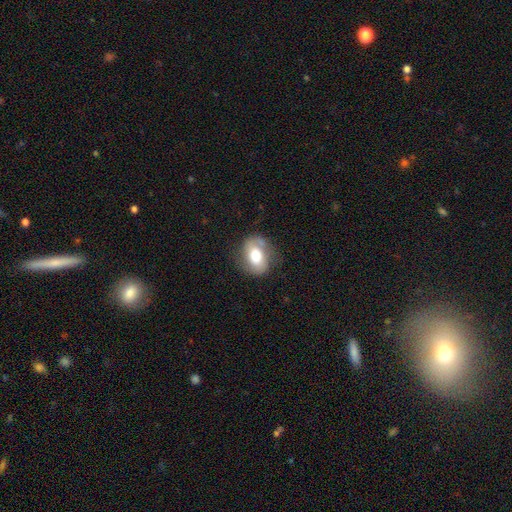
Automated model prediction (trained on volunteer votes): This is likely a smooth galaxy (63%). How rounded: likely in between (69%). Merging: likely none (68%).